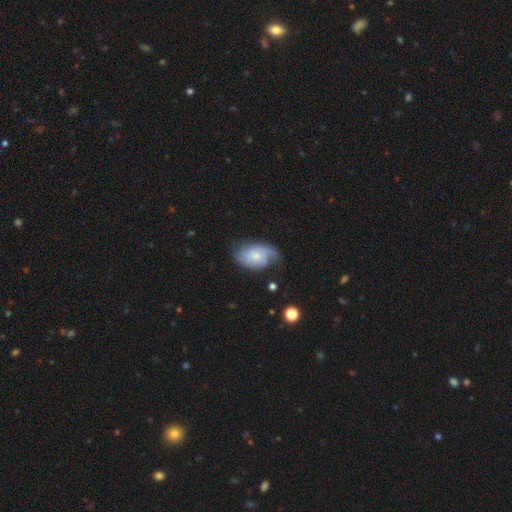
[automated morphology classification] A featured or disk galaxy (51%).

Vote fractions:
- Smooth or featured? featured or disk: 51% / smooth: 42% / star or artifact: 7%
- Edge-on disk? no: 96% / yes: 4%
- Merging? none: 47% / minor disturbance: 32% / major disturbance: 19% / merger: 2%